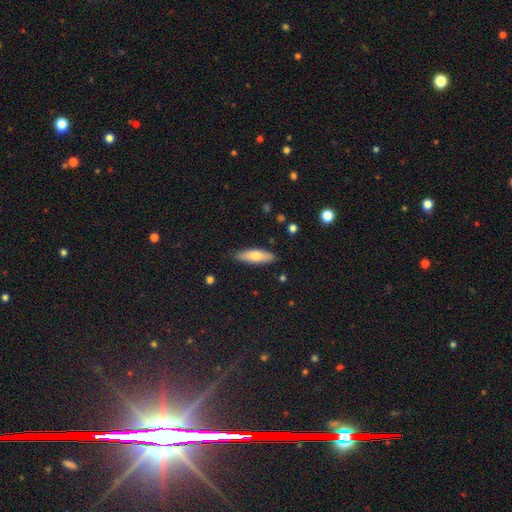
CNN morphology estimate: Smooth or featured?
  - smooth: 70% *
  - featured or disk: 24%
  - star or artifact: 6%
How rounded?
  - cigar-shaped: 49% * (tied)
  - in between: 49% * (tied)
  - round: 2%
Merging?
  - none: 86% *
  - minor disturbance: 10%
  - major disturbance: 2%
  - merger: 1%